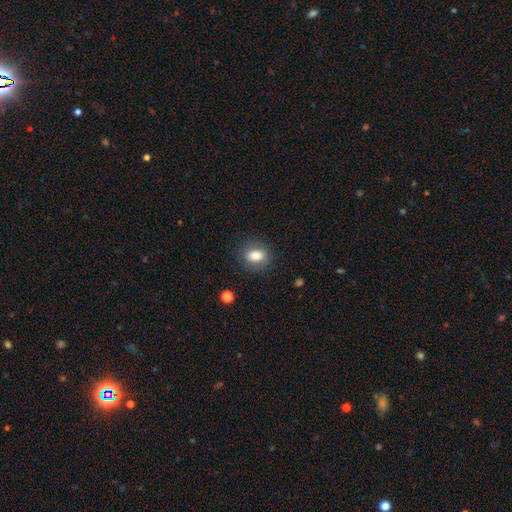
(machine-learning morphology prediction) The model was most divided on "how rounded": in between: 60%, round: 38%, cigar-shaped: 2%. More confident: merging — none (83%); smooth or featured — smooth (78%).